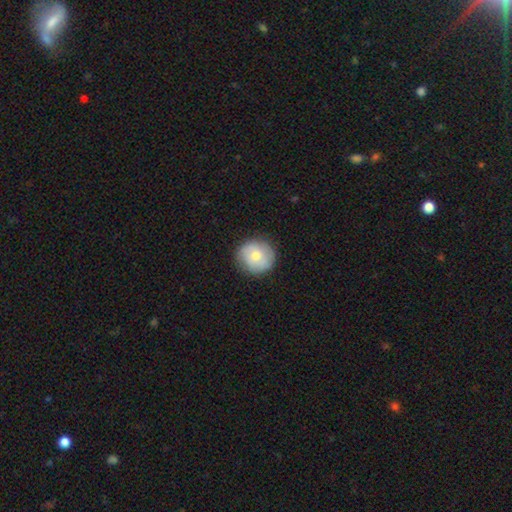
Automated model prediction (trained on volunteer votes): A smooth galaxy with no disk features (62%) that is round (90%). Merging: none (85%).